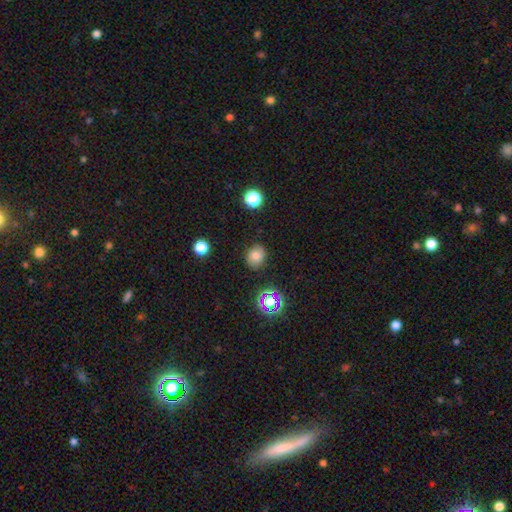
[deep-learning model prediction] Q: Smooth or featured?
A: smooth (75%); runner-up: star or artifact (16%)
Q: How rounded?
A: round (62%); runner-up: in between (37%)
Q: Merging?
A: none (82%); runner-up: minor disturbance (13%)